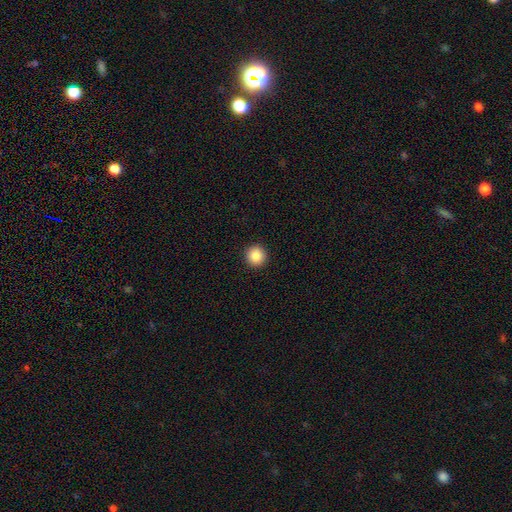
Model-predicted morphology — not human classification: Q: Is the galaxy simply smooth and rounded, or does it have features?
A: smooth — 88%.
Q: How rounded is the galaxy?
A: round — 95%.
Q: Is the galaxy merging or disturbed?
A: none — 93%.